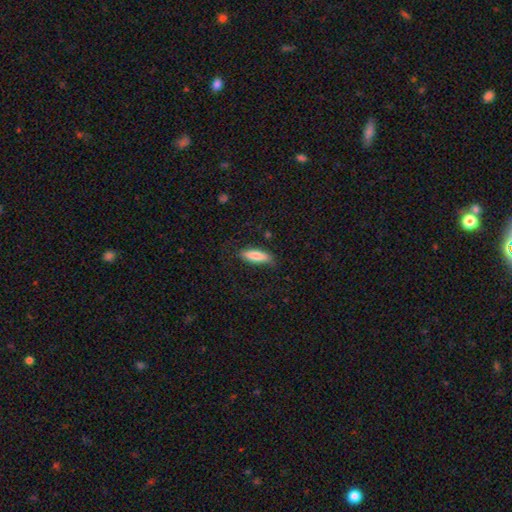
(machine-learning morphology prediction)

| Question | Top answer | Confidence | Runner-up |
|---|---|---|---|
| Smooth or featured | smooth | 80% | featured or disk (14%) |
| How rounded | cigar-shaped | 53% | in between (46%) |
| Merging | none | 78% | minor disturbance (16%) |